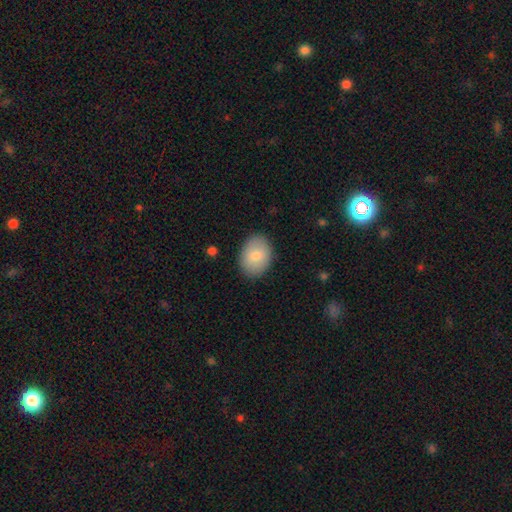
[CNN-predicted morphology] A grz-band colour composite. It shows a smooth galaxy with no disk features (81%) that is in between round and cigar-shaped (75%). Merging: none (87%).